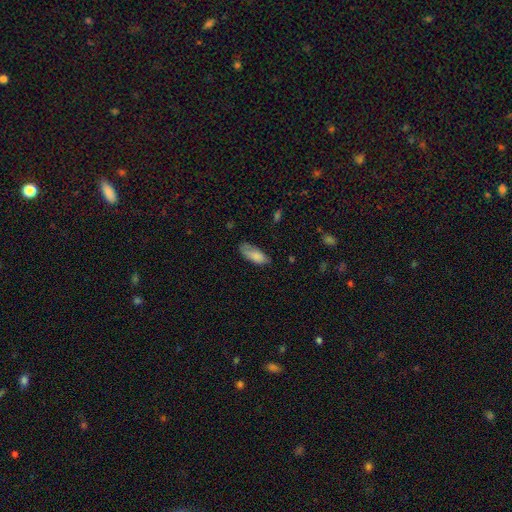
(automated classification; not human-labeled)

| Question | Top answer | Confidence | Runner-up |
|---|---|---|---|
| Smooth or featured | smooth | 81% | featured or disk (12%) |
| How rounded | in between | 81% | cigar-shaped (17%) |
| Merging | none | 58% | minor disturbance (30%) |